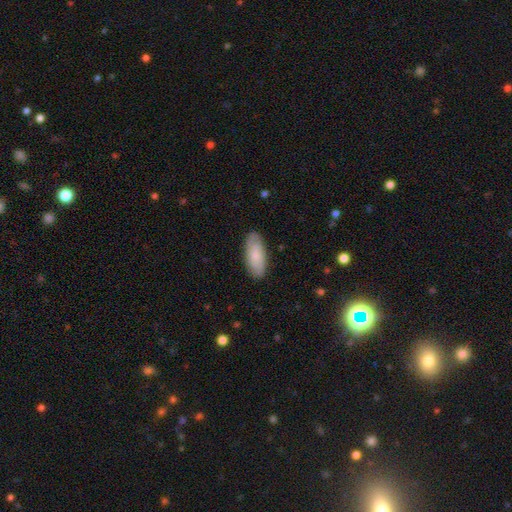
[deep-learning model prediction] smooth-or-featured: smooth: 64% | featured or disk: 30% | star or artifact: 6%
  how-rounded: in between: 88% | cigar-shaped: 10% | round: 2%
  merging: none: 84% | minor disturbance: 13% | major disturbance: 2% | merger: 1%